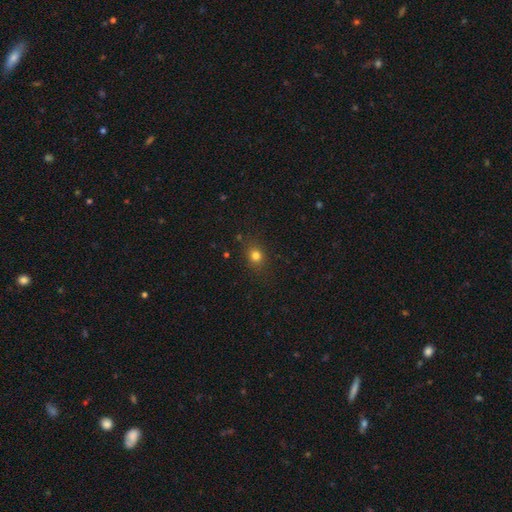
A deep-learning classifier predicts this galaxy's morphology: Q: Smooth or featured?
A: smooth (78%); runner-up: star or artifact (15%)
Q: How rounded?
A: round (69%); runner-up: in between (29%)
Q: Merging?
A: none (85%); runner-up: minor disturbance (10%)